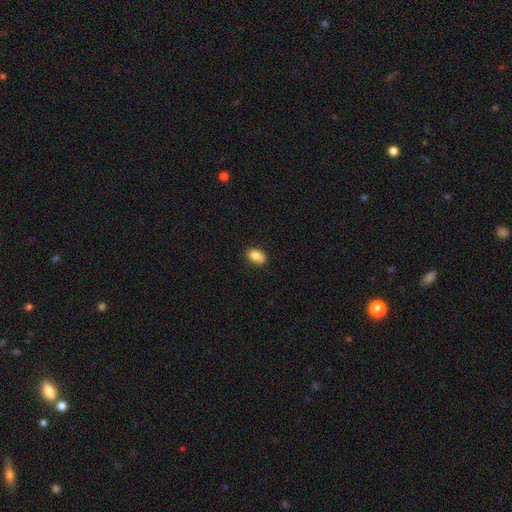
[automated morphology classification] smooth-or-featured: smooth: 83% | star or artifact: 9% | featured or disk: 8%
  how-rounded: in between: 83% | round: 15% | cigar-shaped: 2%
  merging: none: 65% | minor disturbance: 24% | merger: 6% | major disturbance: 5%